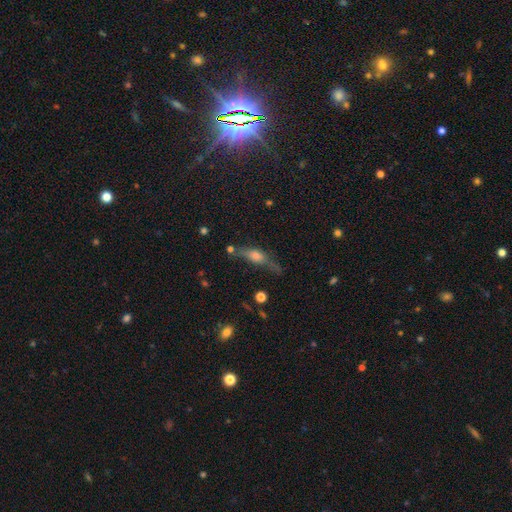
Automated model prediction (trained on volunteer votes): smooth-or-featured: featured or disk: 52% | smooth: 33% | star or artifact: 15%
  disk-edge-on: yes: 82% | no: 18%
  merging: none: 56% | minor disturbance: 24% | major disturbance: 14% | merger: 6%